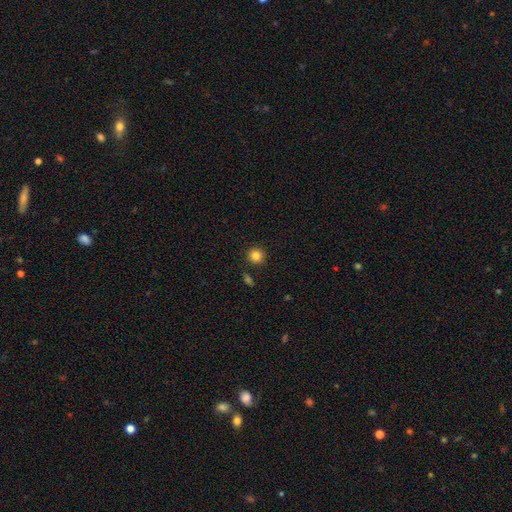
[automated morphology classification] This is clearly a smooth galaxy (84%). How rounded: clearly round (93%). Merging: clearly none (89%).